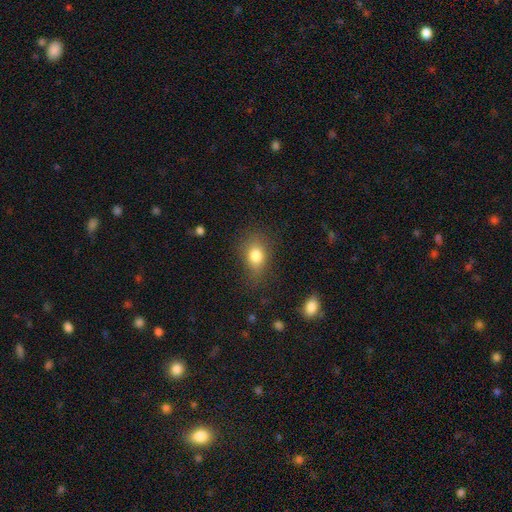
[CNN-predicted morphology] The model was most divided on "how rounded": in between: 69%, round: 28%, cigar-shaped: 3%. More confident: smooth or featured — smooth (80%); merging — none (72%).